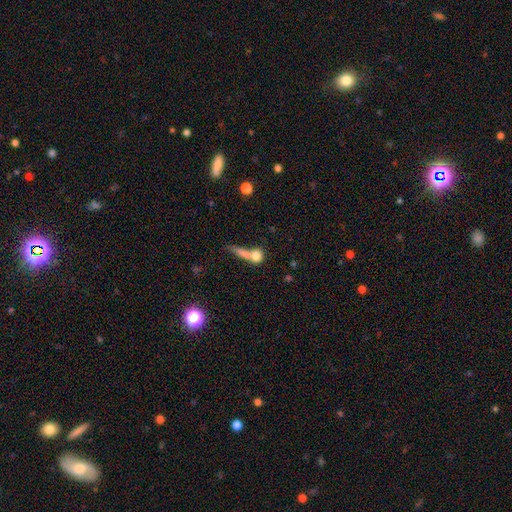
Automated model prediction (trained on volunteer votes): A smooth galaxy with no disk features (72%) that is round (59%). Merging: merger (49%).